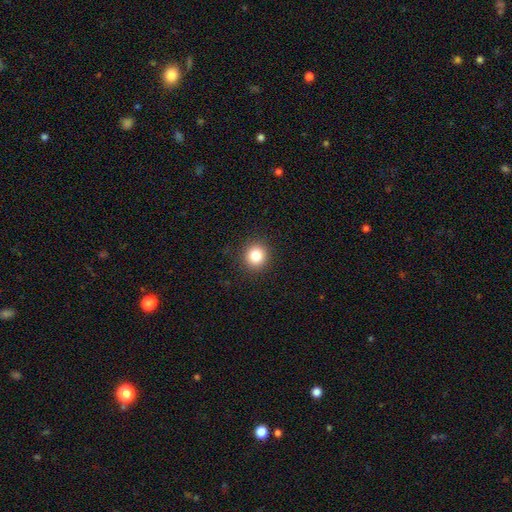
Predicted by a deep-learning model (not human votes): The model was most divided on "smooth or featured": smooth: 84%, star or artifact: 11%, featured or disk: 6%. More confident: merging — none (91%); how rounded — round (88%).